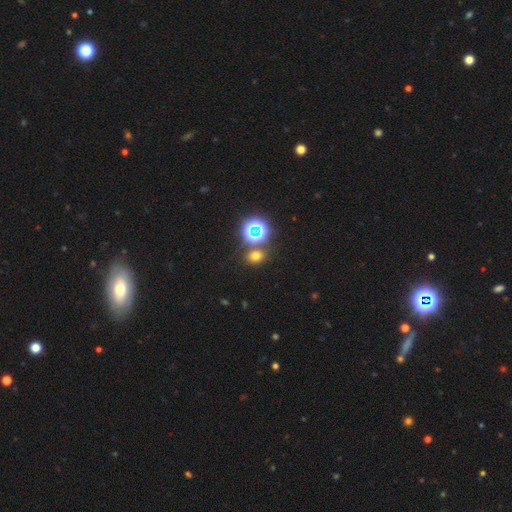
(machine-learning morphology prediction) Smooth or featured? smooth (61%)
How rounded? round (52%)
Merging? none (76%)